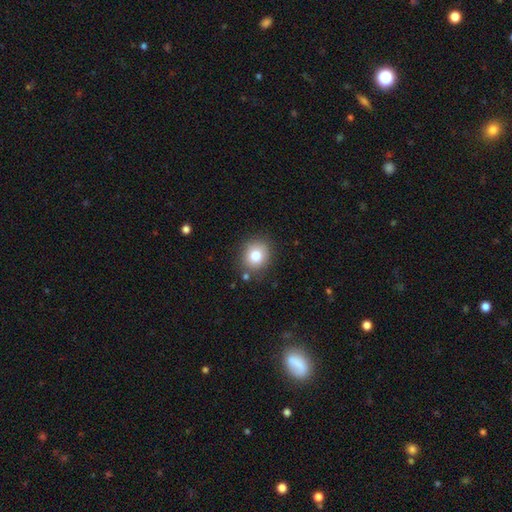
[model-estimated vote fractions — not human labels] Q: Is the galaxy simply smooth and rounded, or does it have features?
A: smooth — 77%.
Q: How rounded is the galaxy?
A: round — 78%.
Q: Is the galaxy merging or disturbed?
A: none — 84%.